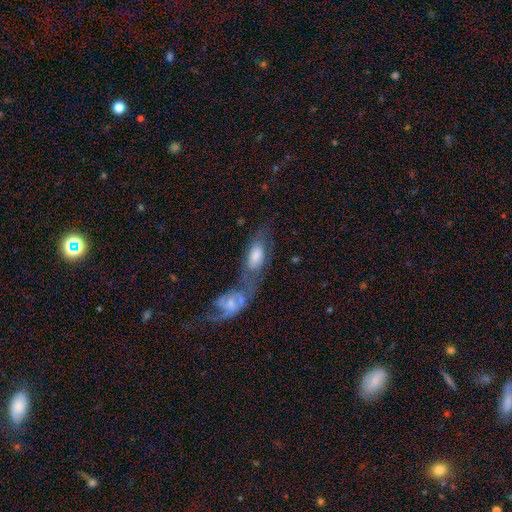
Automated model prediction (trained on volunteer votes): Q: Smooth or featured?
A: smooth (48%); runner-up: featured or disk (44%)
Q: Merging?
A: merger (54%); runner-up: none (23%)